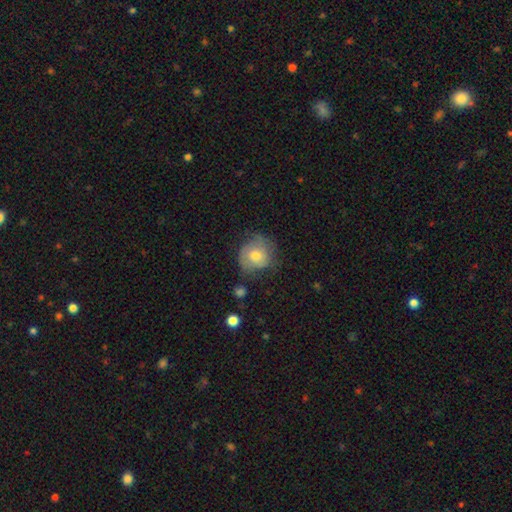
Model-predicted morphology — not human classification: Smooth or featured? Predicted: smooth (p=0.62). How rounded? Predicted: round (p=0.80). Merging? Predicted: none (p=0.57).